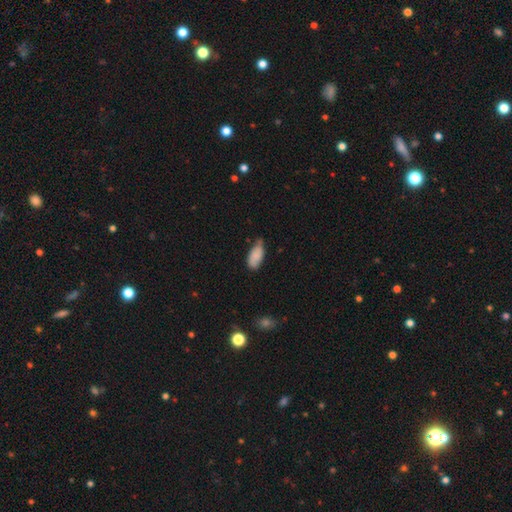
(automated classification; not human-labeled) Smooth or featured: smooth — 80% (featured or disk — 13%)
How rounded: in between — 91% (cigar-shaped — 7%)
Merging: none — 49% (minor disturbance — 40%)